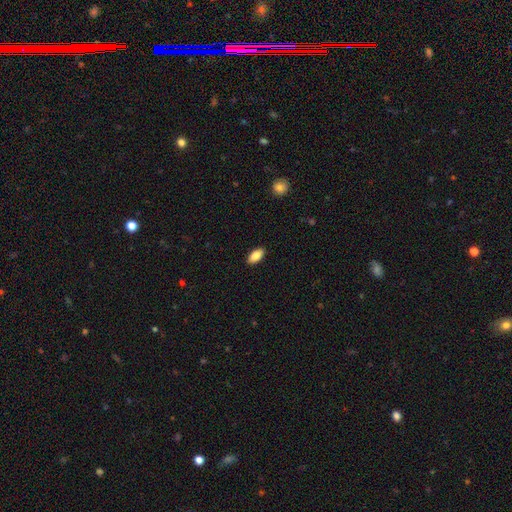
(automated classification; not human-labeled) Smooth or featured? smooth (85%)
How rounded? in between (92%)
Merging? none (90%)